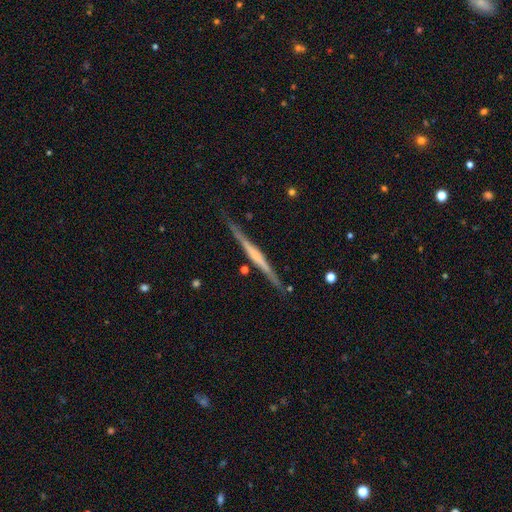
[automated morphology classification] Q: Smooth or featured?
A: featured or disk (70%); runner-up: smooth (25%)
Q: Edge-on disk?
A: yes (98%); runner-up: no (2%)
Q: Edge-on bulge?
A: none (53%); runner-up: rounded (28%)
Q: Merging?
A: none (85%); runner-up: minor disturbance (11%)